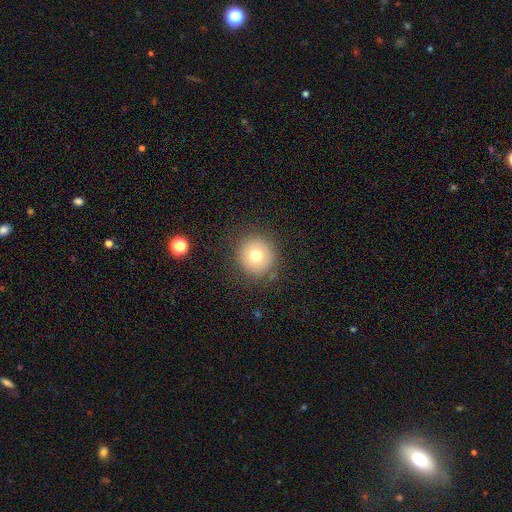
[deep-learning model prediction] smooth_or_featured: smooth (p=0.72) [alt: featured or disk p=0.16]
how_rounded: round (p=0.93) [alt: in between p=0.06]
merging: none (p=0.86) [alt: minor disturbance p=0.09]